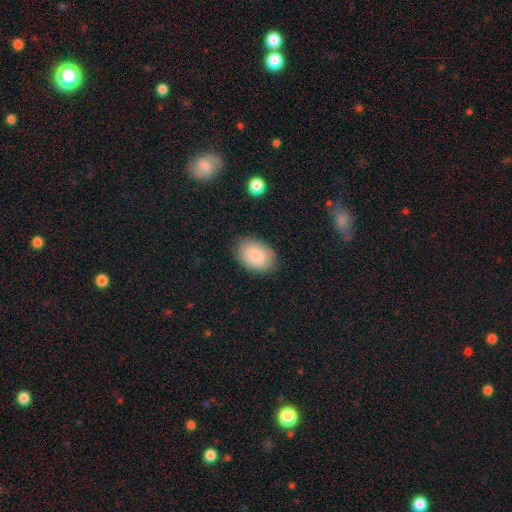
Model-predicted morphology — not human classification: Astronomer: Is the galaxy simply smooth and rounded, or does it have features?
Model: smooth — 87%.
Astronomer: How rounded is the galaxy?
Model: in between — 85%.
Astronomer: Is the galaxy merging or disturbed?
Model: none — 86%.